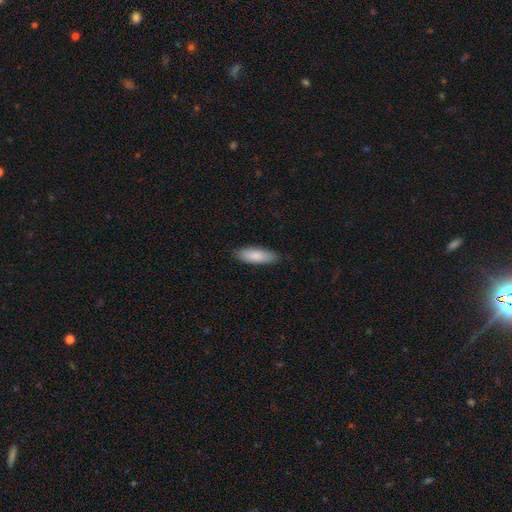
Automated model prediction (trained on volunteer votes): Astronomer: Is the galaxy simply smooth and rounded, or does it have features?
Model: smooth — 86%.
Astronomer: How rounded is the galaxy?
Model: in between — 58% (runner-up: cigar-shaped, 41%).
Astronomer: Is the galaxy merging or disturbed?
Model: none — 86%.